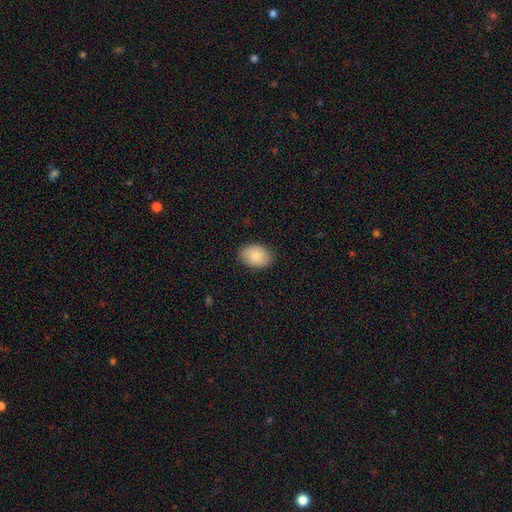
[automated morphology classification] The model was most divided on "how rounded": in between: 81%, round: 18%, cigar-shaped: 1%. More confident: merging — none (87%); smooth or featured — smooth (85%).